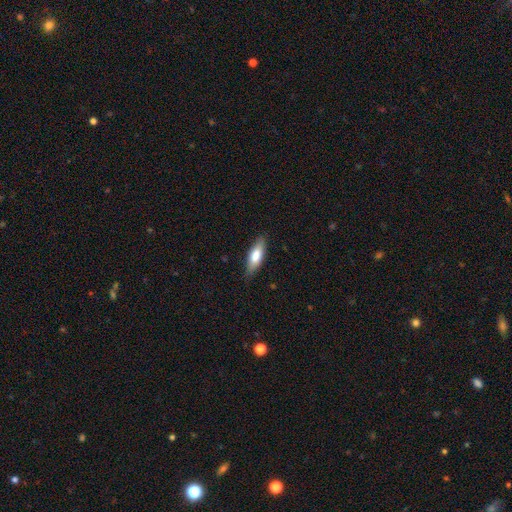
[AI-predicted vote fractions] Smooth or featured: smooth — 72% (featured or disk — 22%)
How rounded: in between — 57% (cigar-shaped — 41%)
Merging: none — 82% (minor disturbance — 14%)